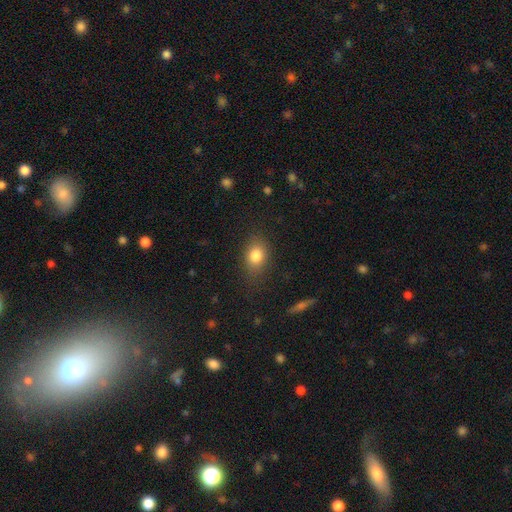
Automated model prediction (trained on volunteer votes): Smooth or featured?
  - smooth: 81% *
  - star or artifact: 10%
  - featured or disk: 9%
How rounded?
  - in between: 68% *
  - round: 30%
  - cigar-shaped: 2%
Merging?
  - none: 77% *
  - minor disturbance: 16%
  - major disturbance: 5%
  - merger: 1%